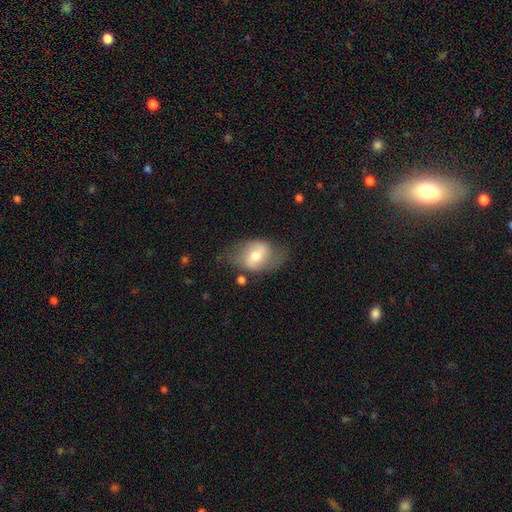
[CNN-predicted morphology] A featured or disk galaxy (47%). Merging: none (60%).